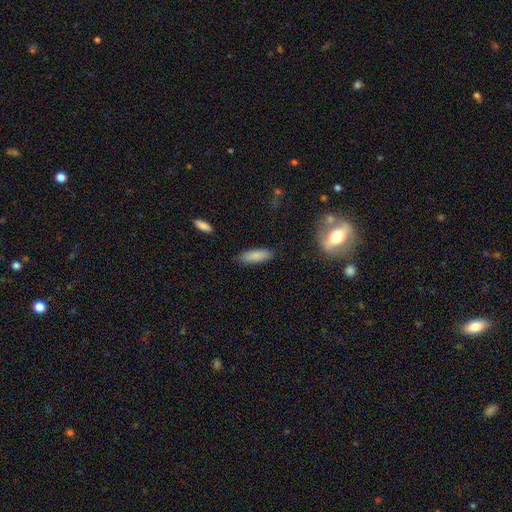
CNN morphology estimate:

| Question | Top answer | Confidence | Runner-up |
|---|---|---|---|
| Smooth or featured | smooth | 85% | featured or disk (8%) |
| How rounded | in between | 50% | cigar-shaped (49%) |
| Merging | none | 85% | minor disturbance (11%) |